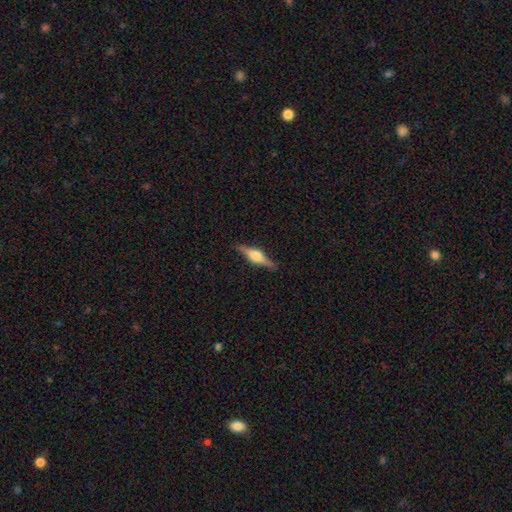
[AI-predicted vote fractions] This appears to be a featured or disk galaxy (72%) viewed edge-on (97%) with a rounded central bulge (89%). Merging: none (89%).